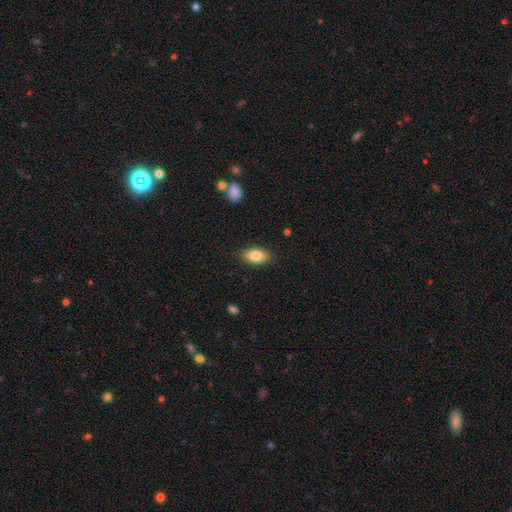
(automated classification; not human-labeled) The model was most divided on "smooth or featured": smooth: 84%, featured or disk: 9%, star or artifact: 7%. More confident: how rounded — in between (92%); merging — none (88%).